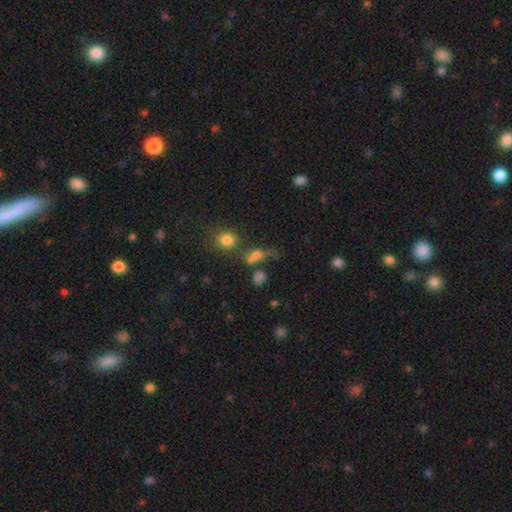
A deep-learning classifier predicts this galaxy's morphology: The model was most divided on "how rounded": in between: 46%, round: 42%, cigar-shaped: 12%. Remaining: smooth or featured — smooth (59%); merging — none (38%).